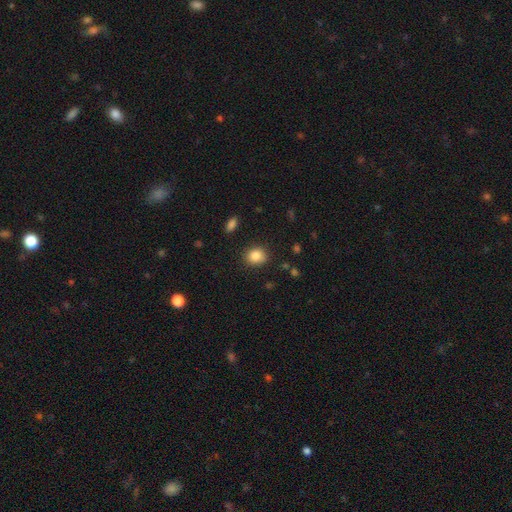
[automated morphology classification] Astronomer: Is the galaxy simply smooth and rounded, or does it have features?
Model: smooth — 85%.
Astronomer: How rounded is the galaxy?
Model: round — 64%.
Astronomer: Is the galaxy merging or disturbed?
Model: none — 86%.